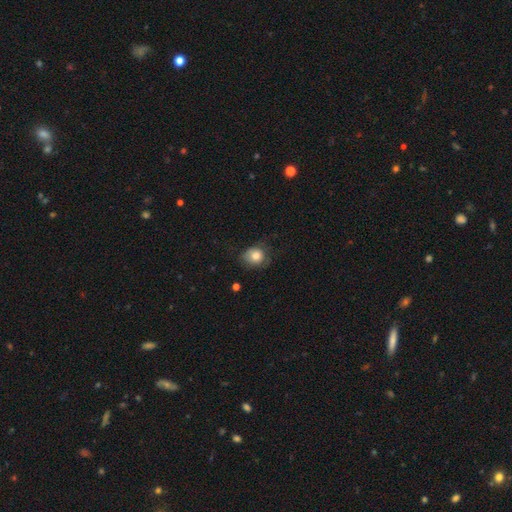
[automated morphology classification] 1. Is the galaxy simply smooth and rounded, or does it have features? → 79% smooth, 11% featured or disk, 9% star or artifact.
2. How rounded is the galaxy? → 68% round, 31% in between, 1% cigar-shaped.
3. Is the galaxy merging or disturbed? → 63% none, 27% minor disturbance, 9% major disturbance, 1% merger.